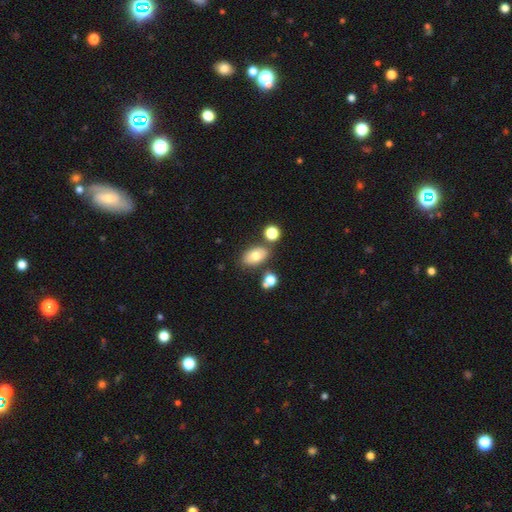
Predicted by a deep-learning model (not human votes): This appears to be a smooth galaxy with no disk features (71%) that is in between round and cigar-shaped (88%). Merging: none (74%).